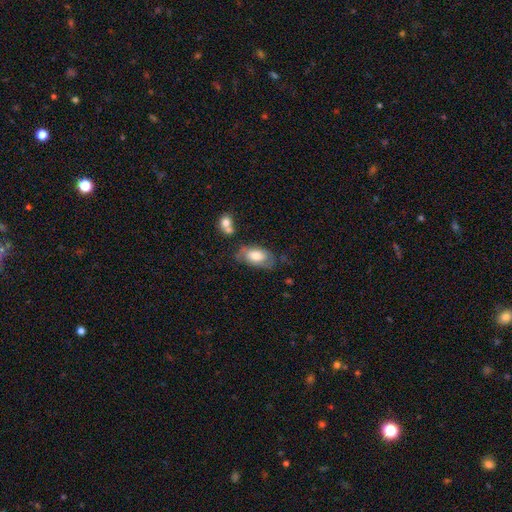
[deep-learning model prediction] smooth 59%, featured or disk 34%, star or artifact 7%. Down the decision tree: how rounded — in between (93%); merging — none (54%).